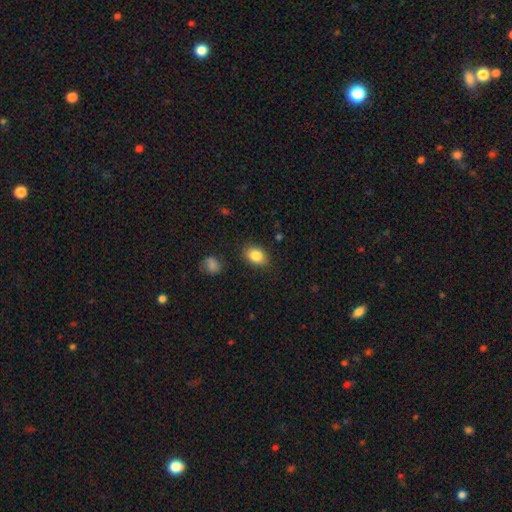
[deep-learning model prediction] This appears to be a smooth galaxy with no disk features (85%) that is in between round and cigar-shaped (77%). Merging: none (84%).